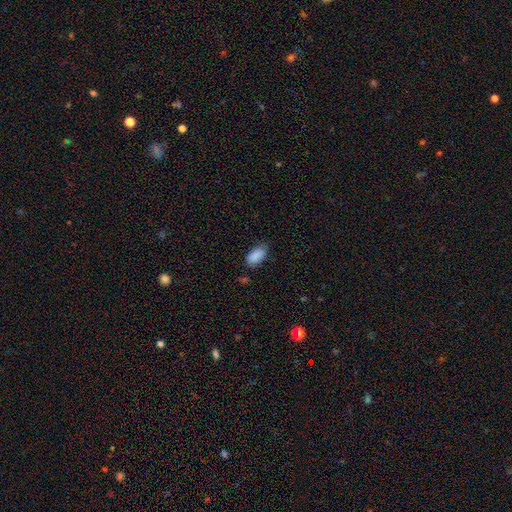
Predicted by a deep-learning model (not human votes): The model was most divided on "merging": none: 72%, minor disturbance: 22%, major disturbance: 4%, merger: 2%. More confident: how rounded — in between (93%); smooth or featured — smooth (89%).